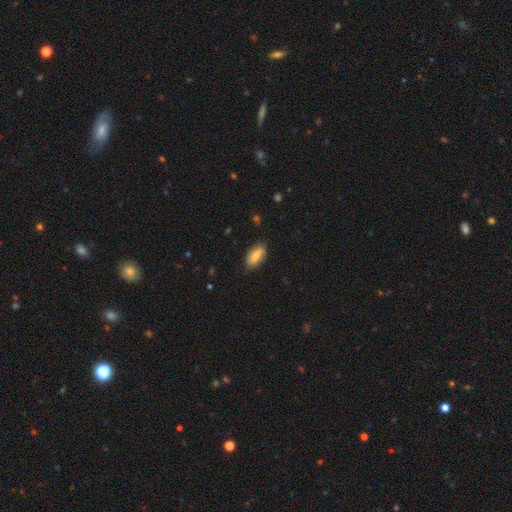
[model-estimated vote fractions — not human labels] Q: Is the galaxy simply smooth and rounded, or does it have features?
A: smooth — 75%.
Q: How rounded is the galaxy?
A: in between — 89%.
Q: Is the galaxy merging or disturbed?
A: none — 80%.